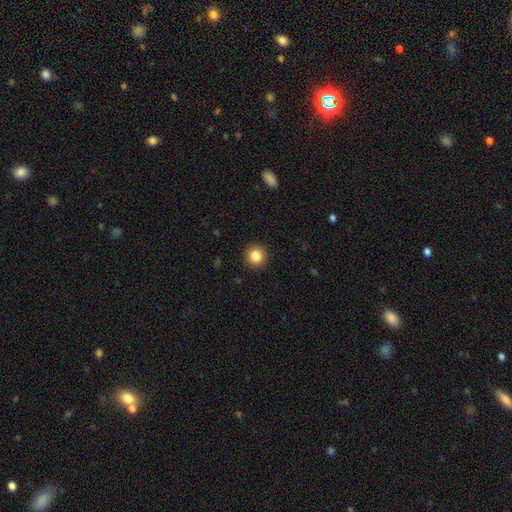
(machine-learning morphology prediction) The model was most divided on "smooth or featured": smooth: 85%, star or artifact: 10%, featured or disk: 5%. More confident: how rounded — round (93%); merging — none (92%).